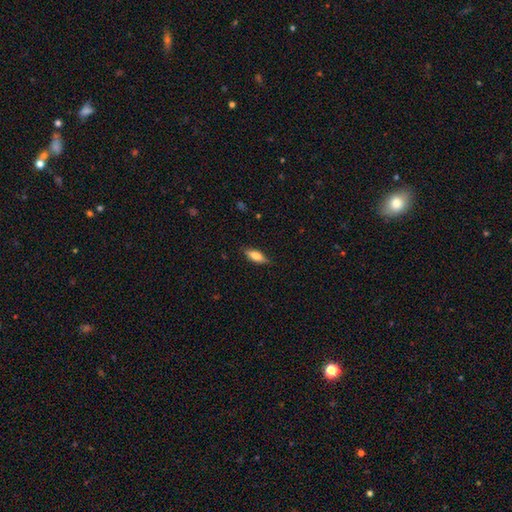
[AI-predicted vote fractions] The model was most divided on "how rounded": in between: 65%, cigar-shaped: 32%, round: 2%. More confident: merging — none (83%); smooth or featured — smooth (72%).